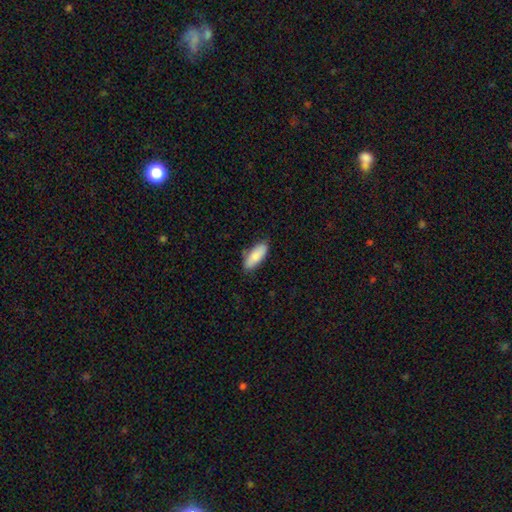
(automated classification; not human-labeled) Smooth or featured: smooth — 83% (featured or disk — 11%)
How rounded: in between — 77% (cigar-shaped — 21%)
Merging: none — 81% (minor disturbance — 15%)